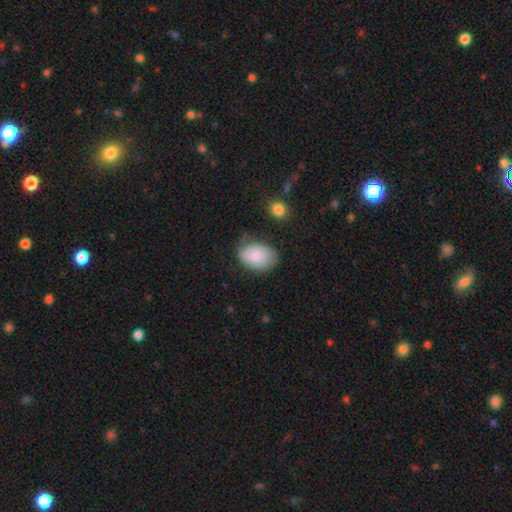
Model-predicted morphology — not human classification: Smooth or featured: smooth — 61% (featured or disk — 32%)
How rounded: in between — 77% (round — 22%)
Merging: none — 60% (minor disturbance — 29%)